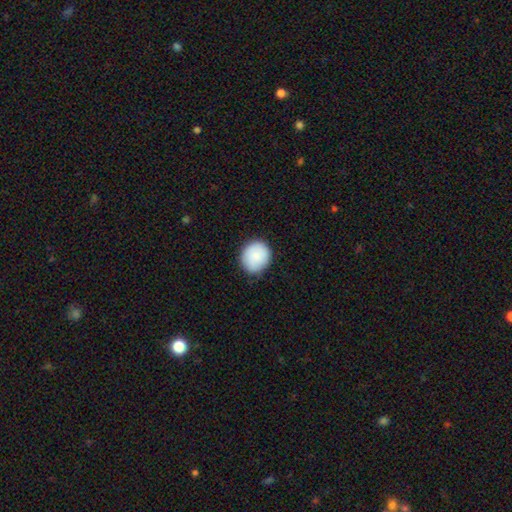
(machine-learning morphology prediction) The model was most divided on "how rounded": round: 77%, in between: 22%, cigar-shaped: 1%. More confident: smooth or featured — smooth (87%); merging — none (83%).